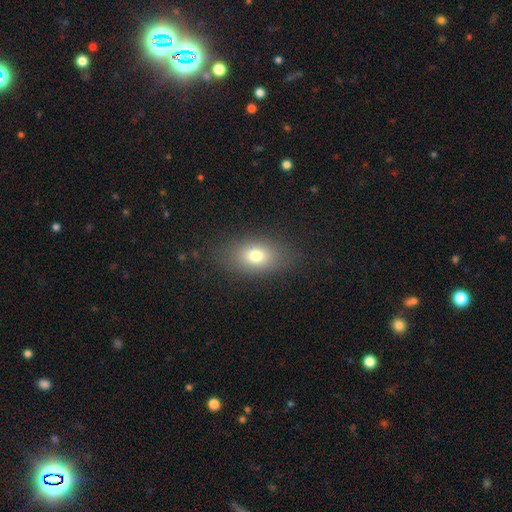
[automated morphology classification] The model was most divided on "smooth or featured": smooth: 75%, featured or disk: 14%, star or artifact: 11%. More confident: merging — none (82%); how rounded — in between (81%).